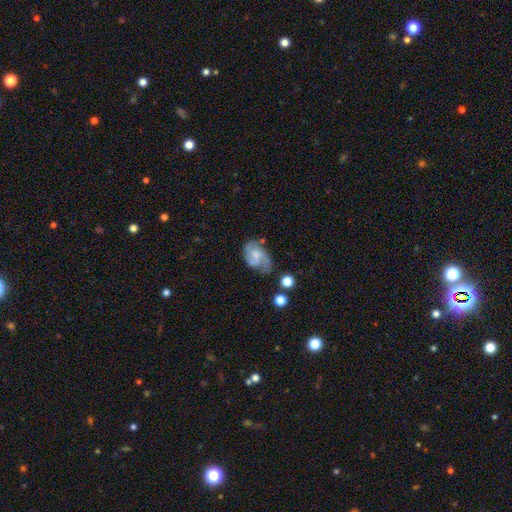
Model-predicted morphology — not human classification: smooth_or_featured: featured or disk (p=0.66) [alt: smooth p=0.26]
disk_edge_on: no (p=0.97) [alt: yes p=0.03]
bar: no (p=0.64) [alt: weak p=0.31]
has_spiral_arms: yes (p=0.86) [alt: no p=0.14]
spiral_winding: medium (p=0.46) [alt: loose p=0.31]
spiral_arm_count: 2 (p=0.37) [alt: 3 p=0.28]
bulge_size: small (p=0.37) [alt: moderate p=0.35]
merging: none (p=0.44) [alt: minor disturbance p=0.28]